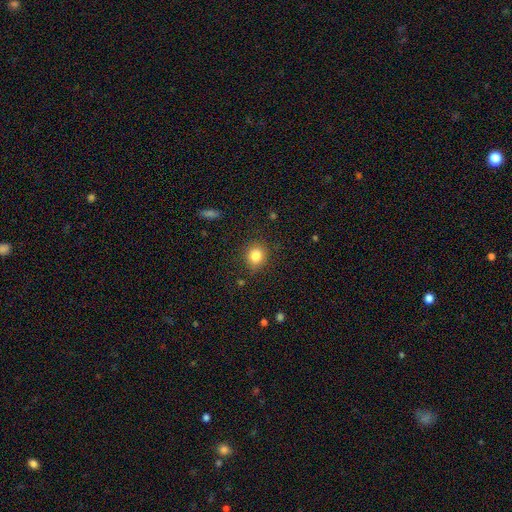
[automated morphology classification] smooth 83%, star or artifact 11%, featured or disk 6%. Down the decision tree: how rounded — round (78%); merging — none (85%).